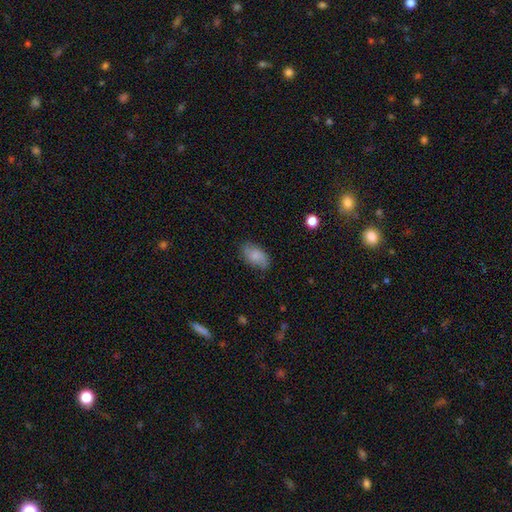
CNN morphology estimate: smooth_or_featured: smooth (p=0.77) [alt: featured or disk p=0.16]
how_rounded: in between (p=0.93) [alt: round p=0.05]
merging: none (p=0.76) [alt: minor disturbance p=0.19]